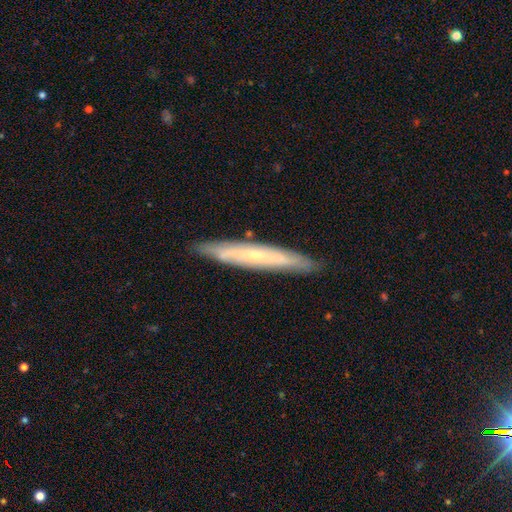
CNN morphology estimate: This is possibly a featured or disk galaxy (58%). It is clearly viewed edge-on (82%). Merging: clearly none (88%).